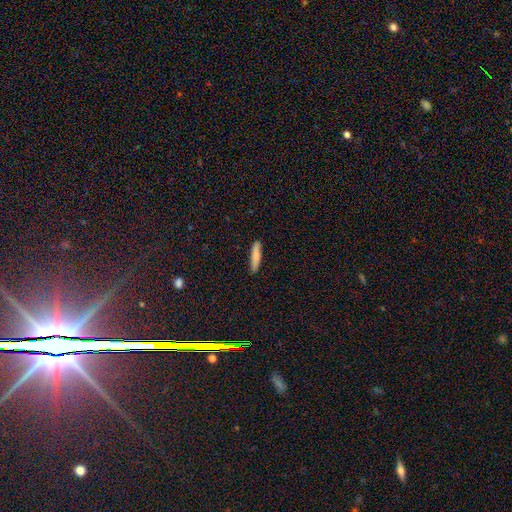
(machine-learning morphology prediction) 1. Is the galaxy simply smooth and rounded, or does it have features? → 84% smooth, 10% featured or disk, 6% star or artifact.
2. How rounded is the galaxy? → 87% cigar-shaped, 12% in between, 1% round.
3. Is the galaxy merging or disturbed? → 89% none, 8% minor disturbance, 2% major disturbance, 1% merger.